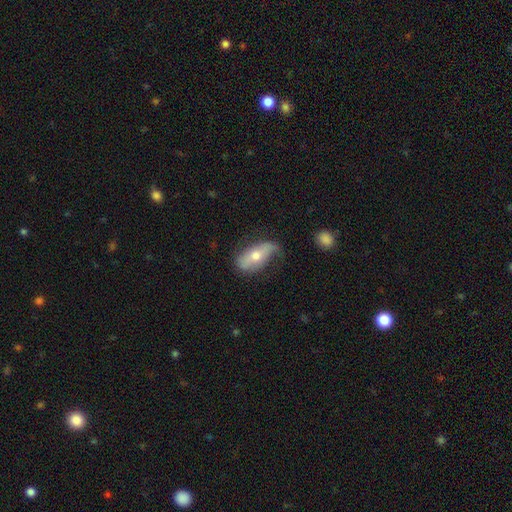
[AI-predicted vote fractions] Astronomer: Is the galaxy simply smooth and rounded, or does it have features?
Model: smooth — 50% (runner-up: featured or disk, 44%).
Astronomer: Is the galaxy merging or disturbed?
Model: none — 48% (runner-up: minor disturbance, 34%).